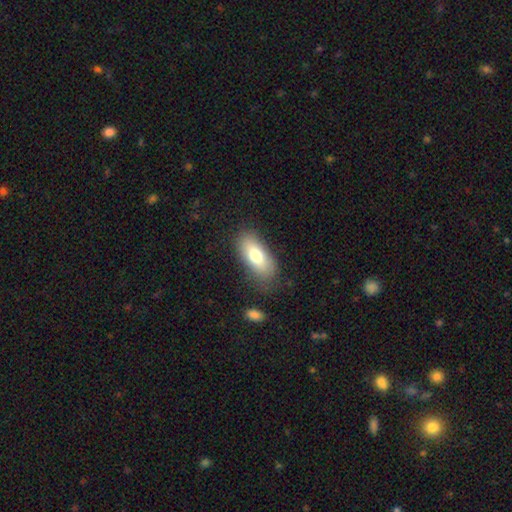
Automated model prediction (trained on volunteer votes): smooth-or-featured: smooth: 76% | featured or disk: 17% | star or artifact: 7%
  how-rounded: in between: 84% | cigar-shaped: 13% | round: 3%
  merging: none: 78% | minor disturbance: 15% | major disturbance: 5% | merger: 2%